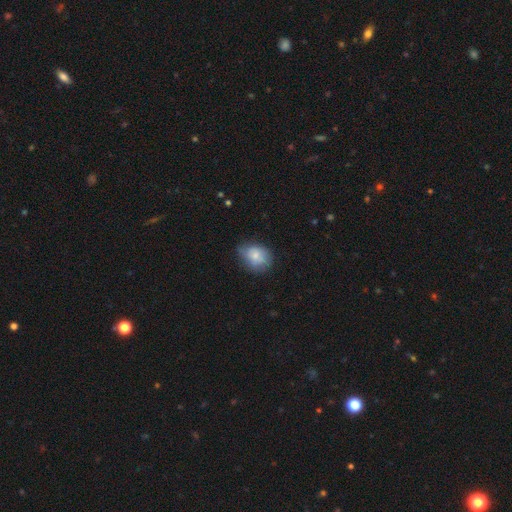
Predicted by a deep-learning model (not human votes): Smooth or featured? Predicted: smooth (p=0.75). How rounded? Predicted: in between (p=0.54). Merging? Predicted: none (p=0.56).